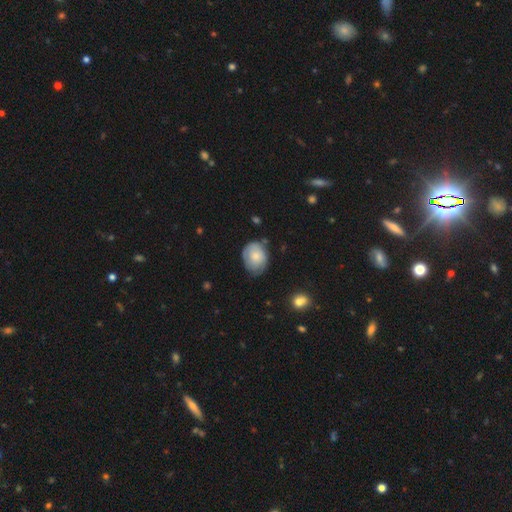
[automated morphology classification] smooth-or-featured: smooth: 65% | featured or disk: 28% | star or artifact: 7%
  how-rounded: in between: 52% | round: 47% | cigar-shaped: 1%
  merging: none: 58% | minor disturbance: 32% | major disturbance: 7% | merger: 3%